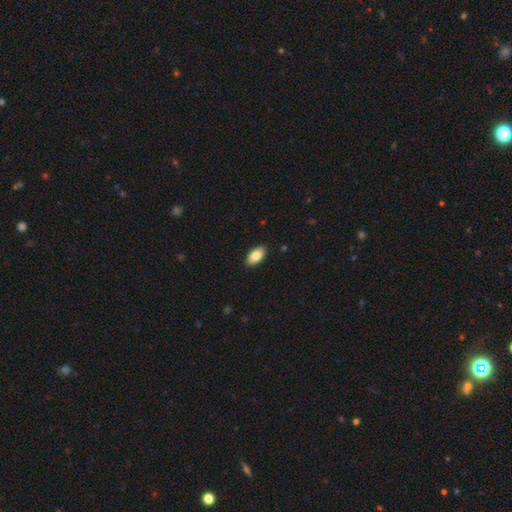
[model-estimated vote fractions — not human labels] smooth 84%, featured or disk 10%, star or artifact 7%. Down the decision tree: how rounded — in between (94%); merging — none (90%).